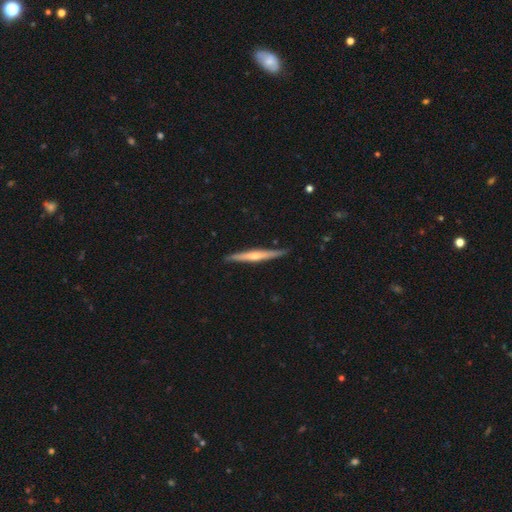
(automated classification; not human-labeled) The model was most divided on "smooth or featured": featured or disk: 67%, smooth: 27%, star or artifact: 5%. More confident: edge-on disk — yes (98%); merging — none (90%); edge-on bulge — rounded (72%).